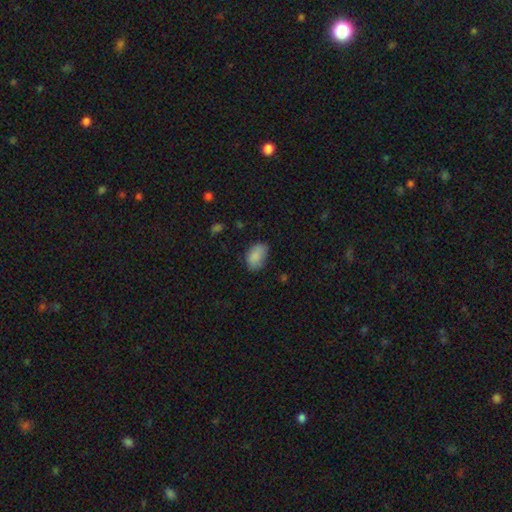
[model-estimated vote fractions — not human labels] Smooth or featured? Predicted: smooth (p=0.85). How rounded? Predicted: in between (p=0.85). Merging? Predicted: none (p=0.65).